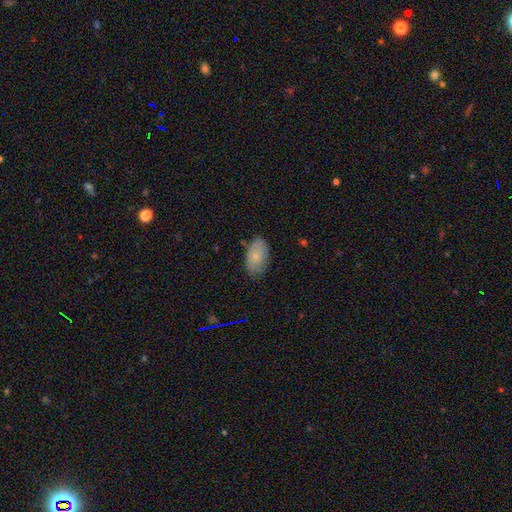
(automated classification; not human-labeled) smooth_or_featured: smooth (p=0.77) [alt: featured or disk p=0.16]
how_rounded: in between (p=0.93) [alt: round p=0.05]
merging: none (p=0.72) [alt: minor disturbance p=0.22]